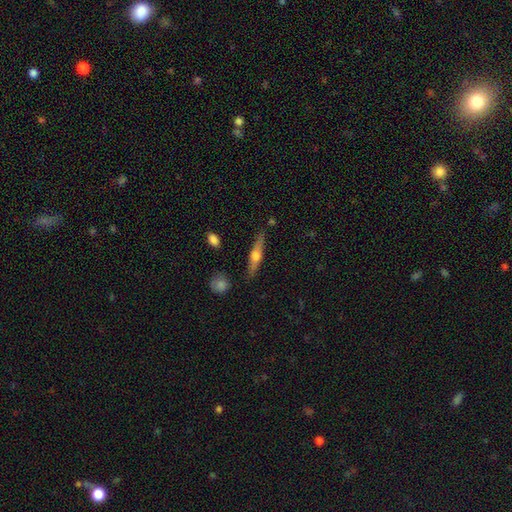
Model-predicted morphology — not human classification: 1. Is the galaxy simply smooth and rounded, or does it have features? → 59% featured or disk, 35% smooth, 6% star or artifact.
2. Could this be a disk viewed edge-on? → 95% yes, 5% no.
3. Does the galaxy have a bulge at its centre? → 92% rounded, 5% boxy, 3% none.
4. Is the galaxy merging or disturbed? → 84% none, 11% minor disturbance, 3% merger, 2% major disturbance.